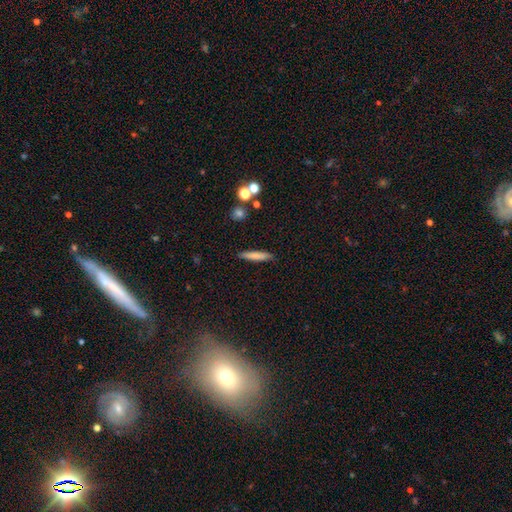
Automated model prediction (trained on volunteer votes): Smooth or featured? smooth (78%)
How rounded? cigar-shaped (90%)
Merging? none (88%)